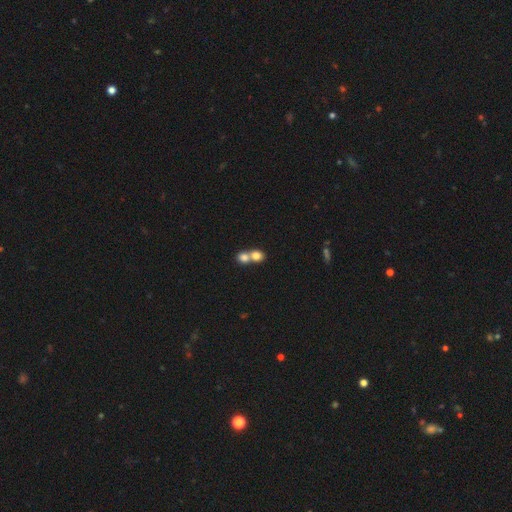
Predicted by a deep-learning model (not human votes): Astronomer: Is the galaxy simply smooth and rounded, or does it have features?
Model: smooth — 79%.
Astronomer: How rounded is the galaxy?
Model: round — 67%.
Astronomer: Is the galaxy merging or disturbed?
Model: merger — 67%.